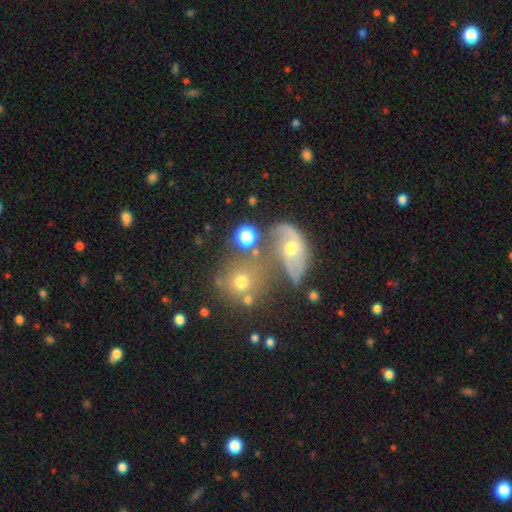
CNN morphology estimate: Smooth or featured? Predicted: smooth (p=0.53). How rounded? Predicted: round (p=0.65). Merging? Predicted: merger (p=0.39).